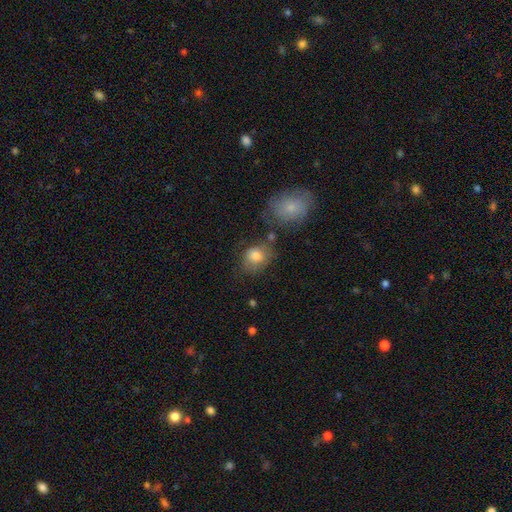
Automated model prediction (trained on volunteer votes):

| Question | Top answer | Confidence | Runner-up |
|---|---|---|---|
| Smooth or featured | smooth | 80% | featured or disk (12%) |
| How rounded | round | 53% | in between (46%) |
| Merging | none | 53% | minor disturbance (25%) |